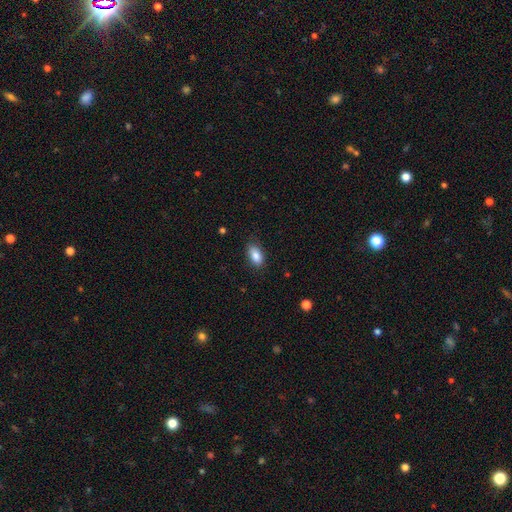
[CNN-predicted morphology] Smooth or featured: smooth — 86% (star or artifact — 8%)
How rounded: in between — 91% (round — 5%)
Merging: none — 83% (minor disturbance — 13%)